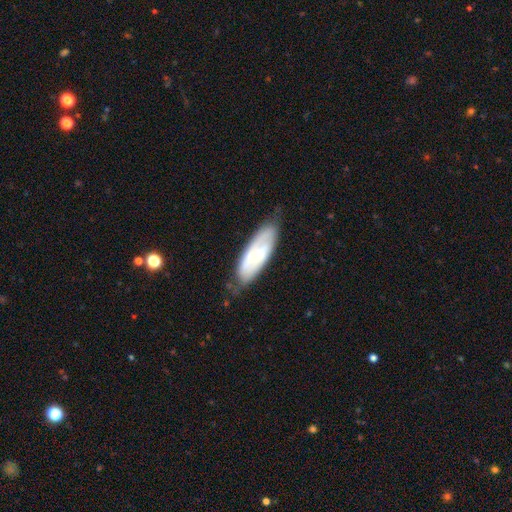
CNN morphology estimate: smooth_or_featured: smooth (p=0.47) [tied with: featured or disk p=0.47]
merging: none (p=0.65) [alt: minor disturbance p=0.26]